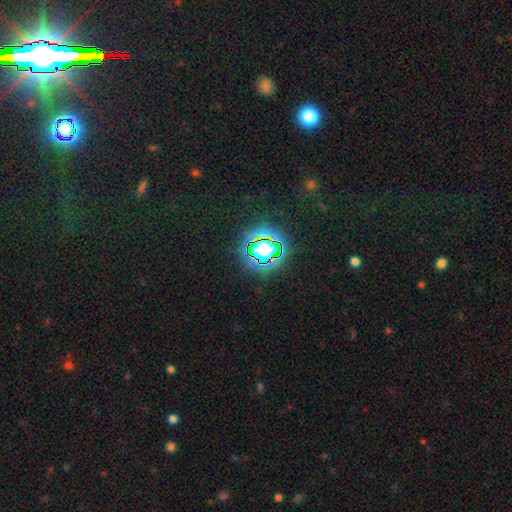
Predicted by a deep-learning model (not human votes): Smooth or featured: star or artifact — 78% (smooth — 14%)